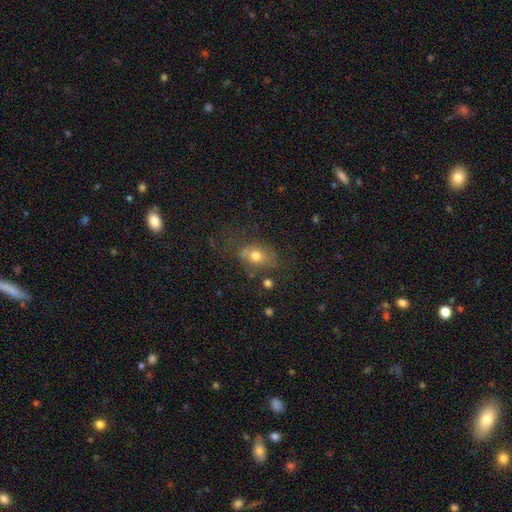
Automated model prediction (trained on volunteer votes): Smooth or featured? Predicted: smooth (p=0.67). How rounded? Predicted: in between (p=0.65). Merging? Predicted: none (p=0.51).